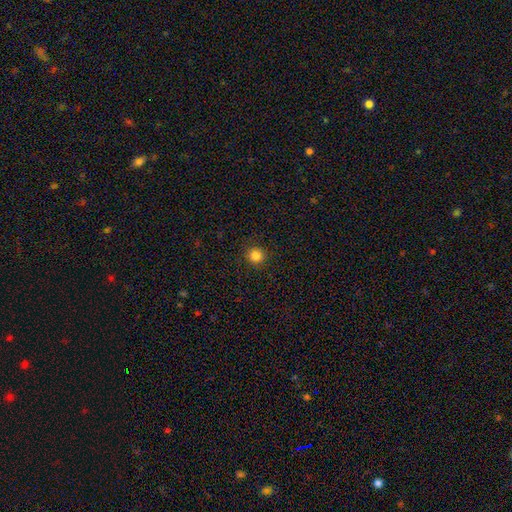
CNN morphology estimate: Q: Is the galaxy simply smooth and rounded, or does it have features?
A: smooth — 83%.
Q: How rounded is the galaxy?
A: round — 95%.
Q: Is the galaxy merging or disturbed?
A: none — 92%.